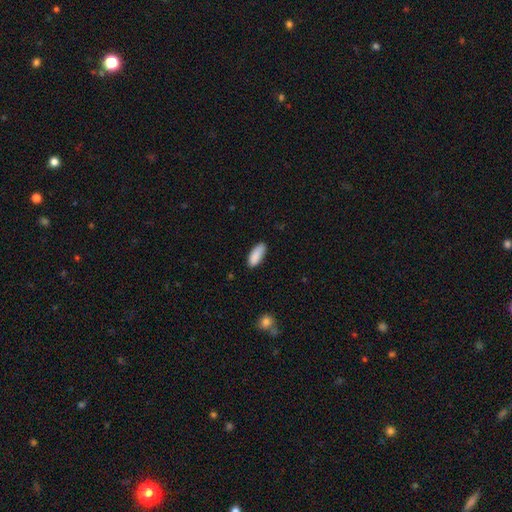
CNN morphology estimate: Smooth or featured? Predicted: smooth (p=0.89). How rounded? Predicted: in between (p=0.77). Merging? Predicted: none (p=0.80).